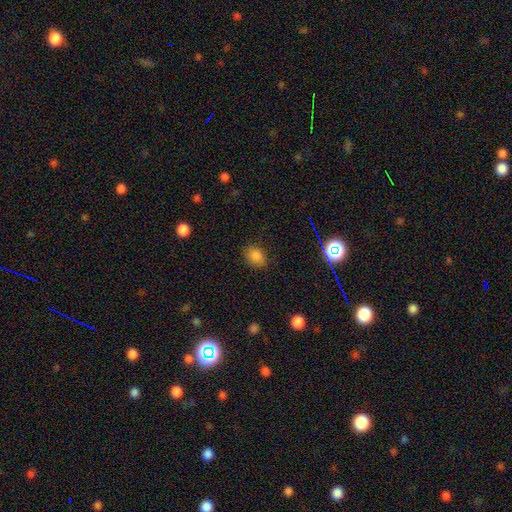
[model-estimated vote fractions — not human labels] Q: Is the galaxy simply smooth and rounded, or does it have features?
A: smooth — 81%.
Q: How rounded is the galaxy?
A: in between — 62%.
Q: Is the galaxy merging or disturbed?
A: none — 80%.